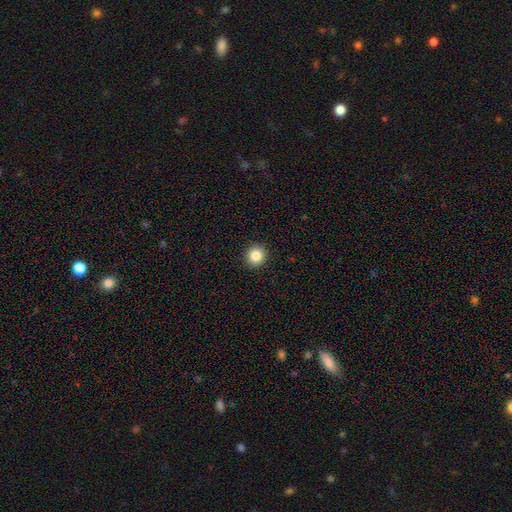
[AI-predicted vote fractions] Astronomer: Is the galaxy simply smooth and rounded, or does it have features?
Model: smooth — 85%.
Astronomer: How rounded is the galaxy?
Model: round — 92%.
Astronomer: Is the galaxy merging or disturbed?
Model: none — 93%.